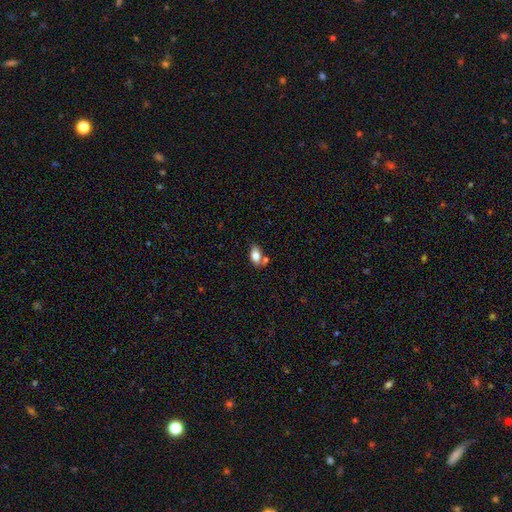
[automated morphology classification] type=smooth (81%); roundness=in between (90%); merging=none (55%).